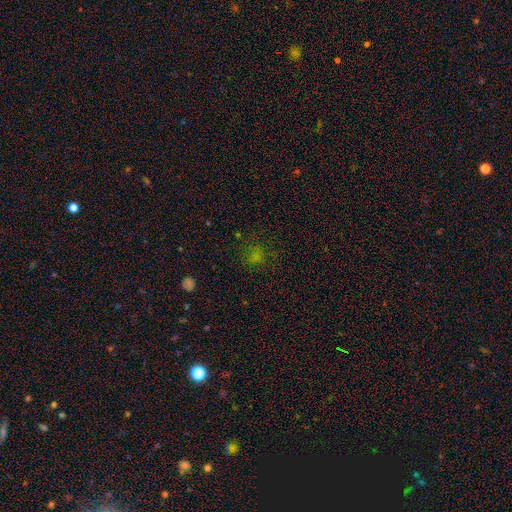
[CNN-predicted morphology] Overall: smooth (61%; star or artifact 30%). How rounded: round (73%). Merging: none (70%).